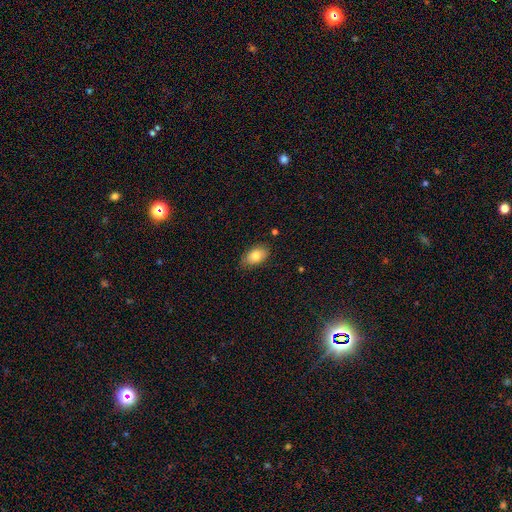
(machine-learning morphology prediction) Q: Smooth or featured?
A: smooth (82%); runner-up: featured or disk (11%)
Q: How rounded?
A: in between (91%); runner-up: round (8%)
Q: Merging?
A: none (81%); runner-up: minor disturbance (15%)